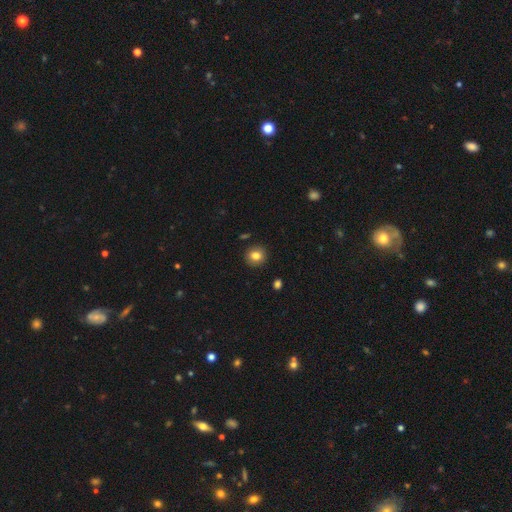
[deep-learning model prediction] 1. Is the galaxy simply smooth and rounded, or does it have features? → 82% smooth, 10% star or artifact, 8% featured or disk.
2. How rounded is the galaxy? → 88% round, 11% in between, 1% cigar-shaped.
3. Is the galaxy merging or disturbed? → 90% none, 6% minor disturbance, 2% major disturbance, 2% merger.